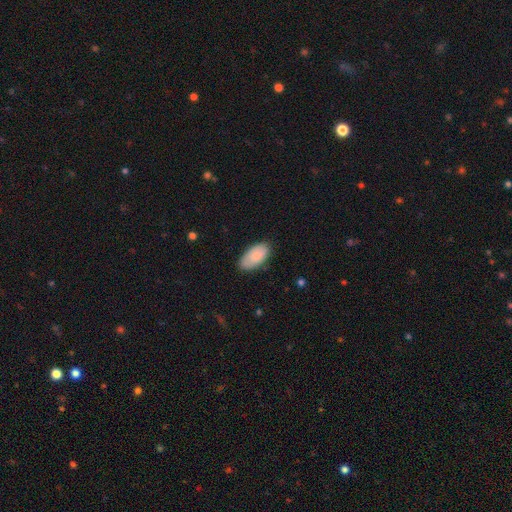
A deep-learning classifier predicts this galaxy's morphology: smooth_or_featured: smooth (p=0.84) [alt: featured or disk p=0.10]
how_rounded: in between (p=0.95) [alt: cigar-shaped p=0.03]
merging: none (p=0.80) [alt: minor disturbance p=0.16]